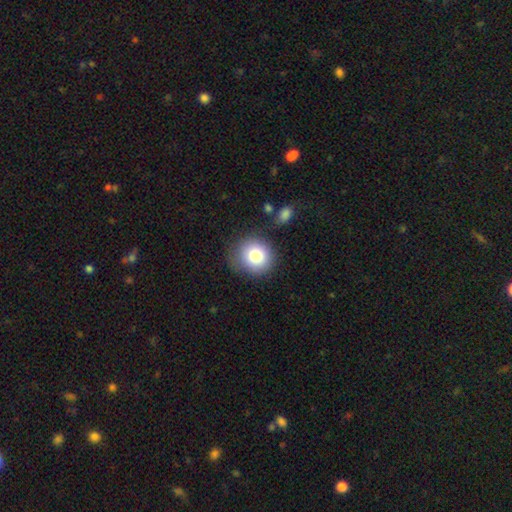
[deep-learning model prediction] A smooth galaxy with no disk features (80%) that is round (85%). Merging: none (76%).